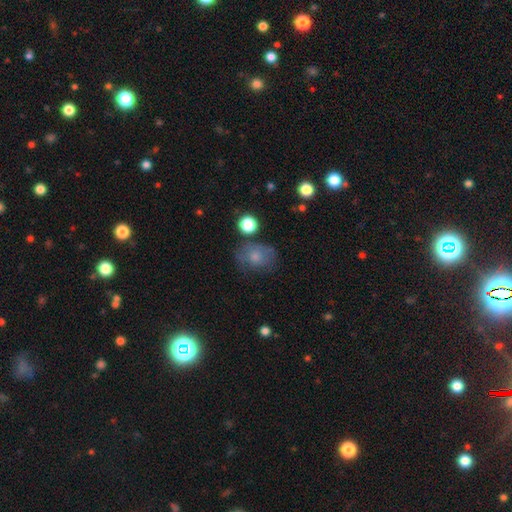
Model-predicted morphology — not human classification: This is likely a smooth galaxy (69%). How rounded: possibly in between (54%). Merging: possibly none (53%).